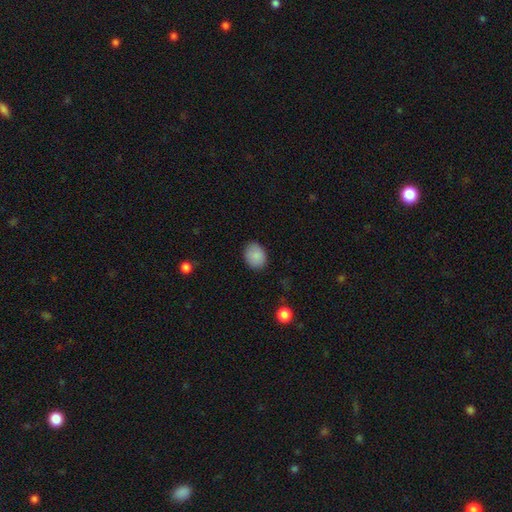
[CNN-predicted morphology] This is clearly a smooth galaxy (88%). How rounded: possibly in between (55%). Merging: clearly none (85%).